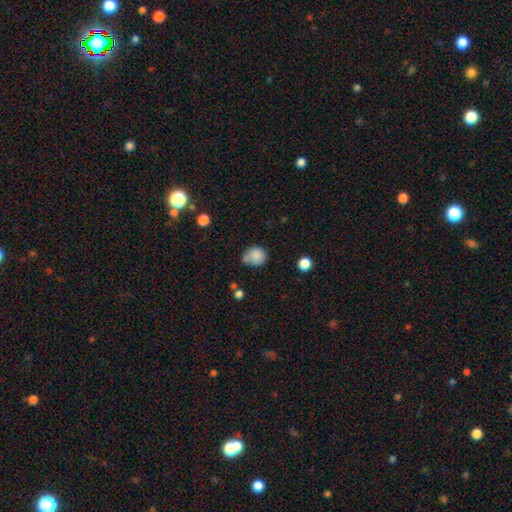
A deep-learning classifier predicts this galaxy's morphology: A smooth galaxy with no disk features (83%) that is round (75%). Merging: none (50%).